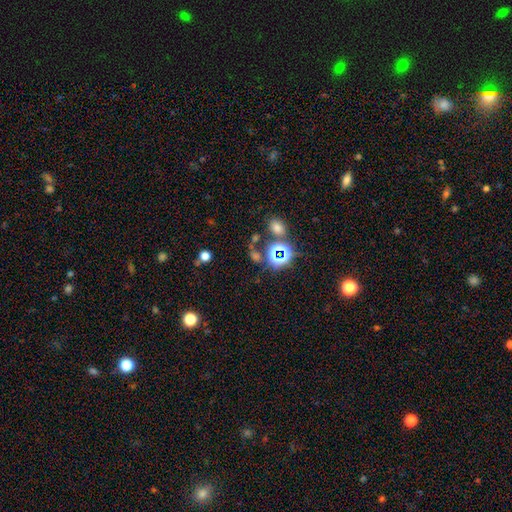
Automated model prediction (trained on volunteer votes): smooth_or_featured: star or artifact (p=0.57) [alt: smooth p=0.33]